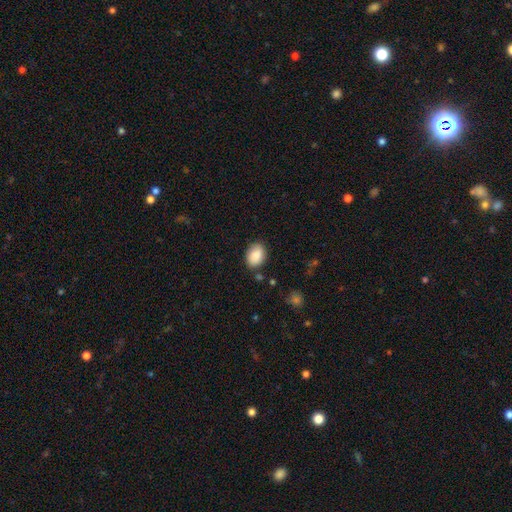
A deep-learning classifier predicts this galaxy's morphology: Smooth or featured? Predicted: smooth (p=0.88). How rounded? Predicted: in between (p=0.78). Merging? Predicted: none (p=0.81).